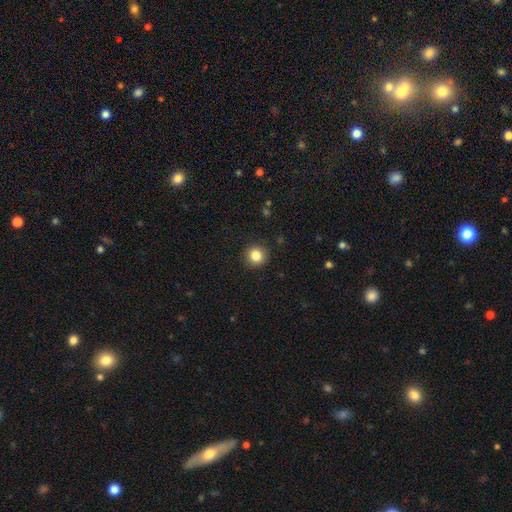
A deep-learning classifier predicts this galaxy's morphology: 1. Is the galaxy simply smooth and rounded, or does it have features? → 84% smooth, 11% star or artifact, 5% featured or disk.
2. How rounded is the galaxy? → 91% round, 8% in between, 1% cigar-shaped.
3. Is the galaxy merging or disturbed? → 91% none, 6% minor disturbance, 2% major disturbance, 1% merger.